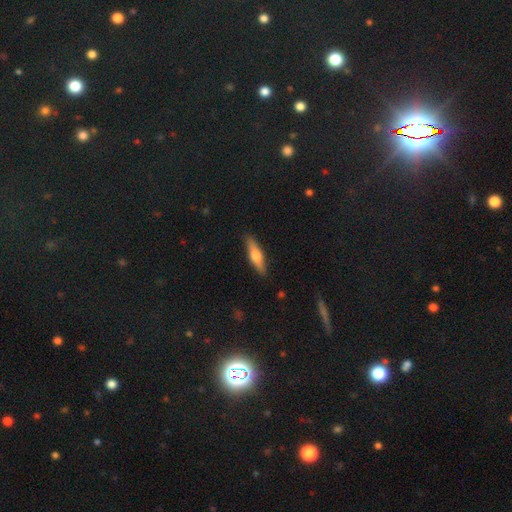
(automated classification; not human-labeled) A smooth galaxy with no disk features (56%) that is cigar-shaped (67%). Merging: none (87%).